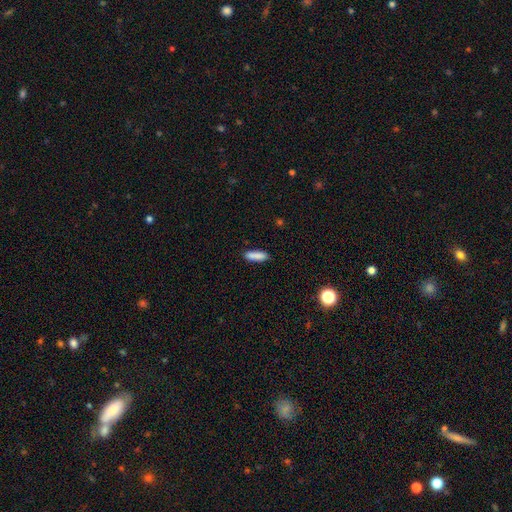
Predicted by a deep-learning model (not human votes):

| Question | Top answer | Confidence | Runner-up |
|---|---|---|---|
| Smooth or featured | smooth | 87% | star or artifact (7%) |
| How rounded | cigar-shaped | 57% | in between (42%) |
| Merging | none | 85% | minor disturbance (11%) |